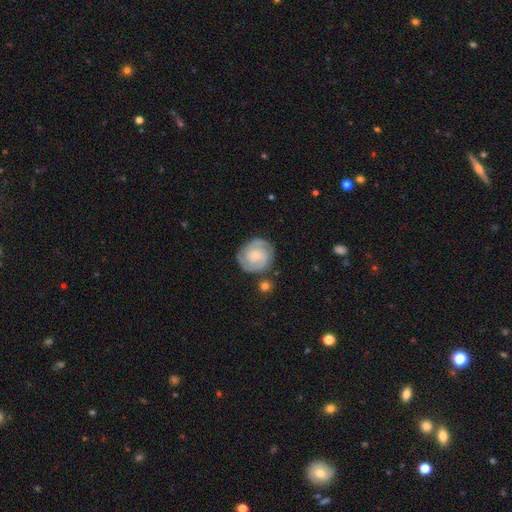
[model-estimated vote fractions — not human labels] featured or disk 67%, smooth 27%, star or artifact 6%. Down the decision tree: edge-on disk — no (98%); bar — no (71%); spiral arms — yes (89%); spiral arm count — 2 (56%); spiral winding — tight (61%); bulge size — small (70%); merging — none (76%).